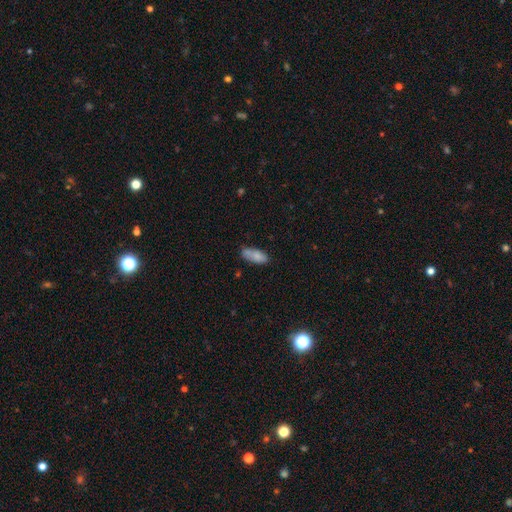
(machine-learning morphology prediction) Smooth or featured? smooth (78%)
How rounded? in between (82%)
Merging? none (55%)